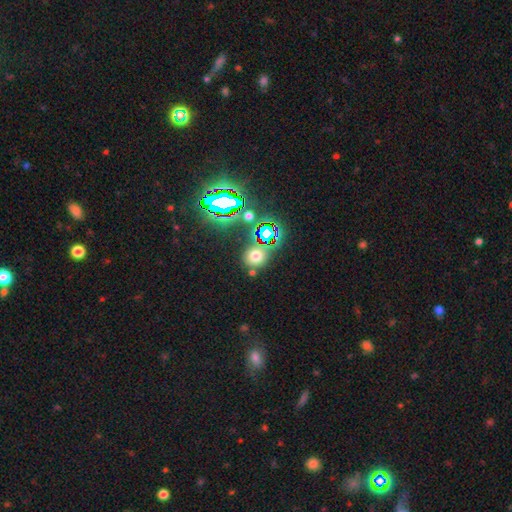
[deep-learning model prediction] smooth-or-featured: smooth: 58% | star or artifact: 33% | featured or disk: 9%
  how-rounded: round: 80% | in between: 19% | cigar-shaped: 1%
  merging: none: 74% | merger: 11% | minor disturbance: 11% | major disturbance: 5%